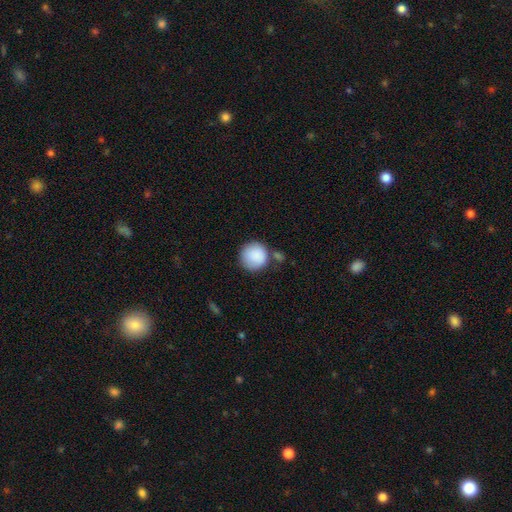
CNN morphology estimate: The model was most divided on "merging": none: 68%, minor disturbance: 15%, merger: 12%, major disturbance: 5%. More confident: how rounded — round (93%); smooth or featured — smooth (89%).